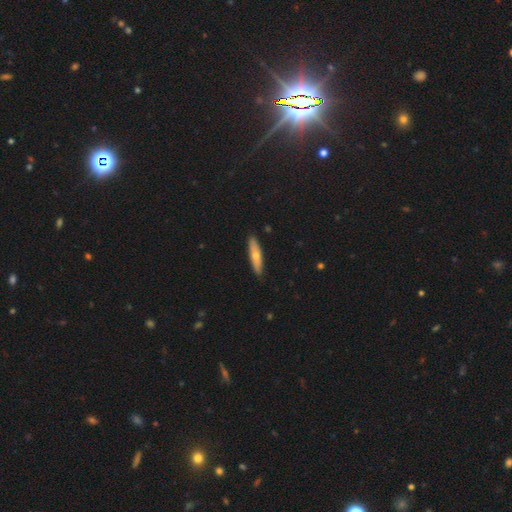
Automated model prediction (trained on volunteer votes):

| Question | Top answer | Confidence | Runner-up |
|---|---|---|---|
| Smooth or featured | smooth | 59% | featured or disk (36%) |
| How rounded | cigar-shaped | 78% | in between (20%) |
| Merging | none | 89% | minor disturbance (9%) |